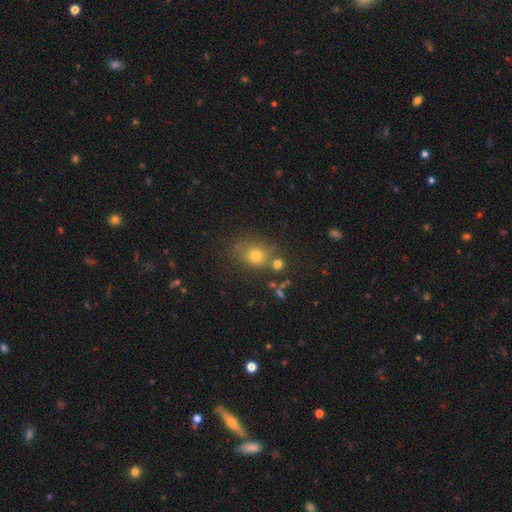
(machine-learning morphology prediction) Smooth or featured?
  - smooth: 68% *
  - star or artifact: 21%
  - featured or disk: 11%
How rounded?
  - round: 69% *
  - in between: 30%
  - cigar-shaped: 1%
Merging?
  - none: 70% *
  - minor disturbance: 13%
  - merger: 11%
  - major disturbance: 5%